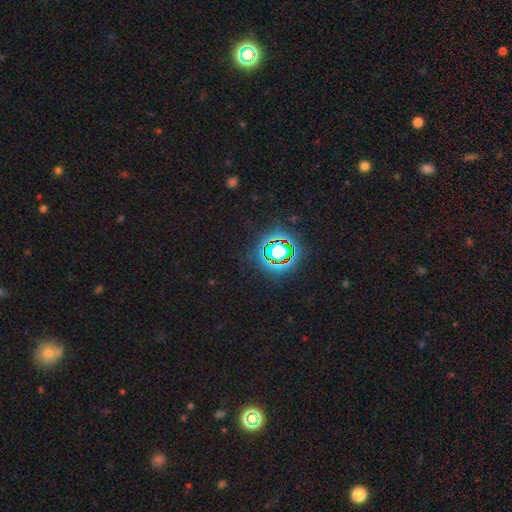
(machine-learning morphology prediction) This appears to be a star or artifact, not a galaxy (81%).